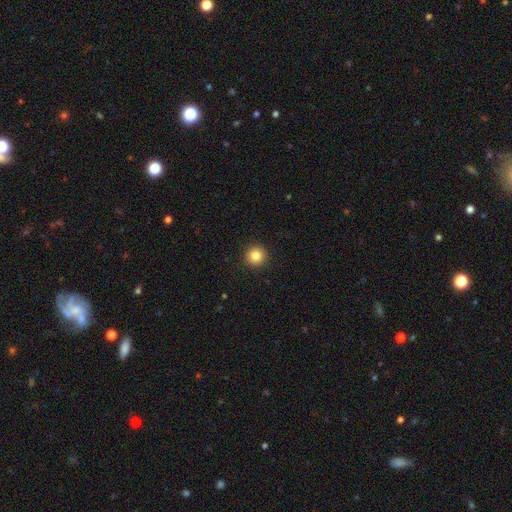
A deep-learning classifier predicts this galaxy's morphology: Q: Smooth or featured?
A: smooth (84%); runner-up: star or artifact (11%)
Q: How rounded?
A: round (96%); runner-up: in between (3%)
Q: Merging?
A: none (93%); runner-up: minor disturbance (4%)